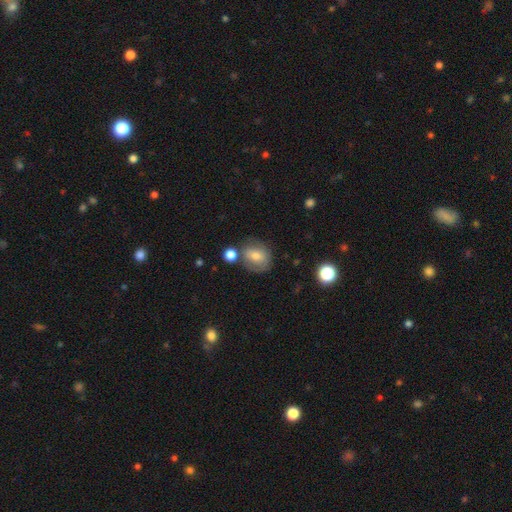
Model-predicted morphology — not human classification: smooth 63%, featured or disk 27%, star or artifact 10%. Down the decision tree: how rounded — round (57%); merging — none (62%).